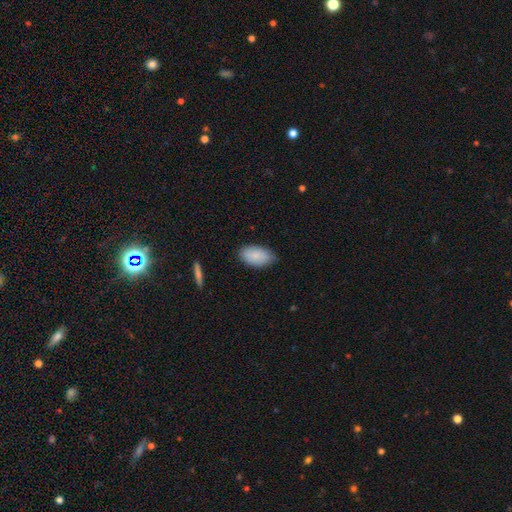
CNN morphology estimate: Smooth or featured? Predicted: smooth (p=0.85). How rounded? Predicted: in between (p=0.94). Merging? Predicted: none (p=0.78).